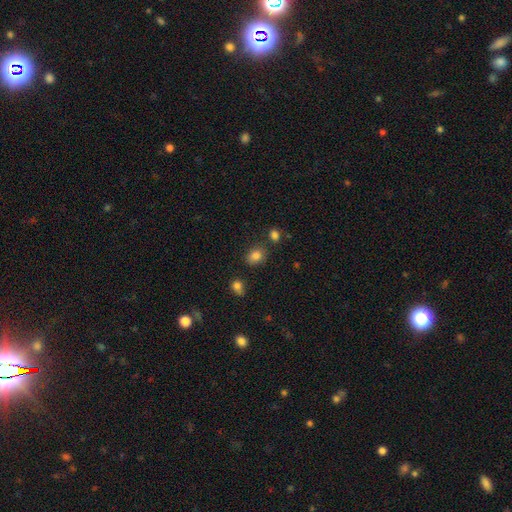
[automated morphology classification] A smooth galaxy with no disk features (83%) that is round (50%). Merging: none (77%).